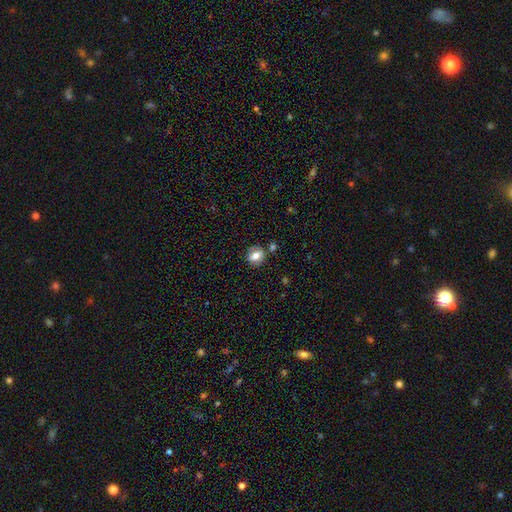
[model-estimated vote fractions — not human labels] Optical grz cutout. It shows a smooth galaxy with no disk features (69%) that is round (57%). Merging: none (73%).